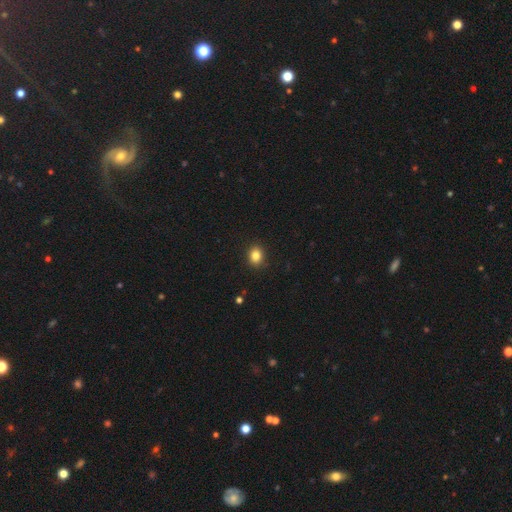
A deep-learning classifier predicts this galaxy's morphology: Smooth or featured? smooth (85%)
How rounded? round (54%)
Merging? none (90%)